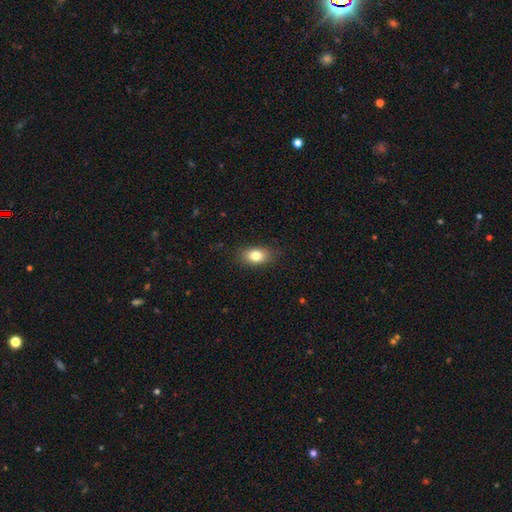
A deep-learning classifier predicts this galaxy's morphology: A smooth galaxy with no disk features (81%) that is in between round and cigar-shaped (84%).

Vote fractions:
- Smooth or featured? smooth: 81% / featured or disk: 10% / star or artifact: 9%
- How rounded? in between: 84% / round: 13% / cigar-shaped: 3%
- Merging? none: 86% / minor disturbance: 11% / major disturbance: 3% / merger: 1%